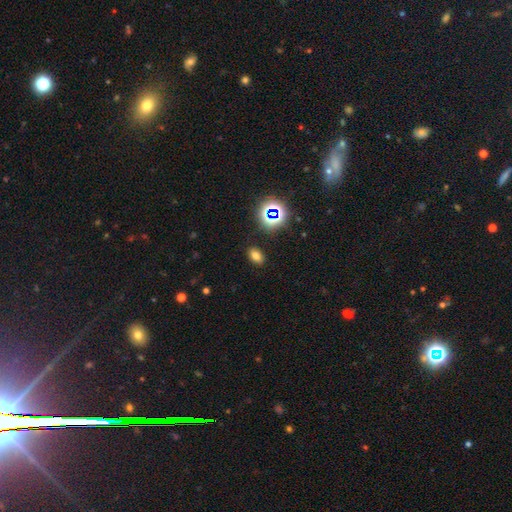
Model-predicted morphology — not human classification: Q: Smooth or featured?
A: smooth (69%); runner-up: star or artifact (23%)
Q: How rounded?
A: in between (84%); runner-up: round (14%)
Q: Merging?
A: none (87%); runner-up: minor disturbance (8%)